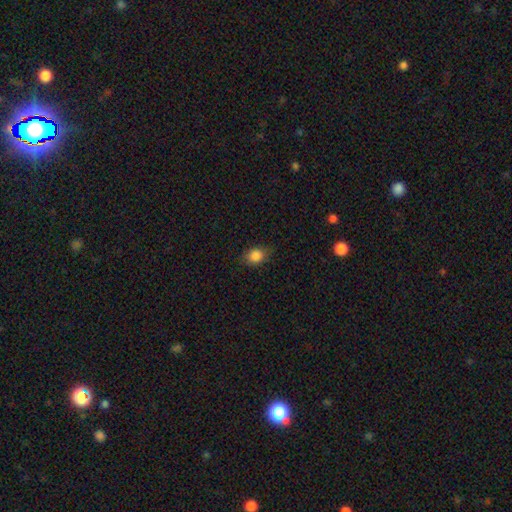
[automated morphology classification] Smooth or featured? smooth (85%)
How rounded? in between (53%)
Merging? none (80%)